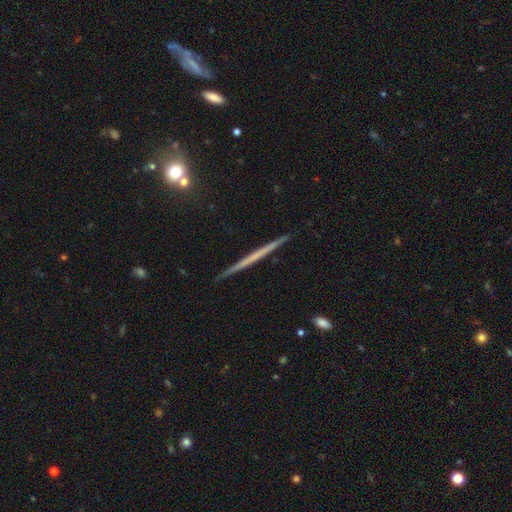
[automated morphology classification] Overall: featured or disk (63%; smooth 31%). Edge-on disk: yes (98%). Edge-on bulge: none (90%). Merging: none (92%).